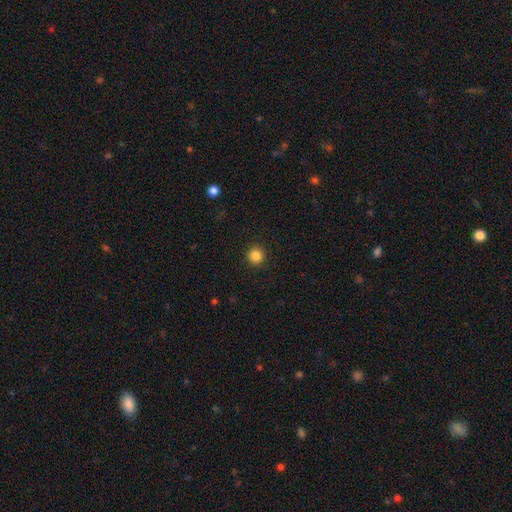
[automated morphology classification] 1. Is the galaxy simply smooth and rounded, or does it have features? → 85% smooth, 11% star or artifact, 4% featured or disk.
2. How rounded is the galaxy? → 94% round, 5% in between, 1% cigar-shaped.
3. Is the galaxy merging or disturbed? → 93% none, 4% minor disturbance, 2% major disturbance, 1% merger.